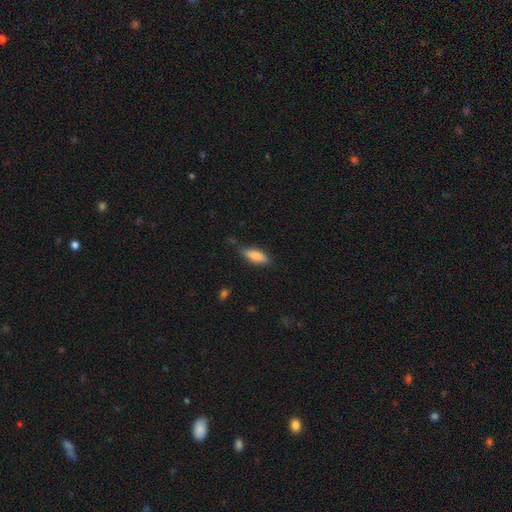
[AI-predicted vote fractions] A smooth galaxy with no disk features (82%) that is in between round and cigar-shaped (67%).

Vote fractions:
- Smooth or featured? smooth: 82% / featured or disk: 12% / star or artifact: 6%
- How rounded? in between: 67% / cigar-shaped: 31% / round: 2%
- Merging? none: 79% / minor disturbance: 16% / major disturbance: 3% / merger: 2%